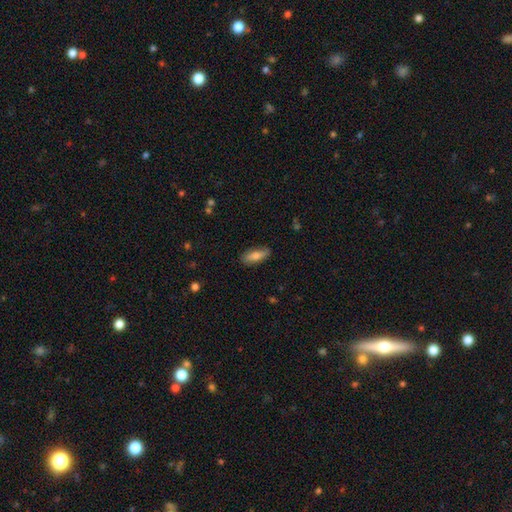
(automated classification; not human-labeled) This appears to be a smooth galaxy with no disk features (73%) that is in between round and cigar-shaped (67%). Merging: none (83%).